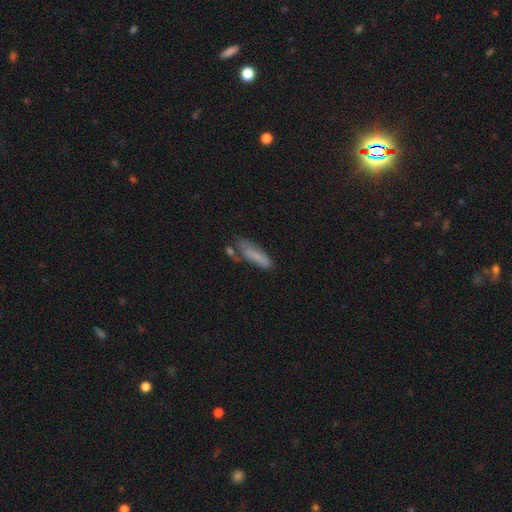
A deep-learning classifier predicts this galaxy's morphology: Q: Smooth or featured?
A: smooth (68%); runner-up: featured or disk (23%)
Q: How rounded?
A: cigar-shaped (56%); runner-up: in between (42%)
Q: Merging?
A: none (50%); runner-up: minor disturbance (25%)